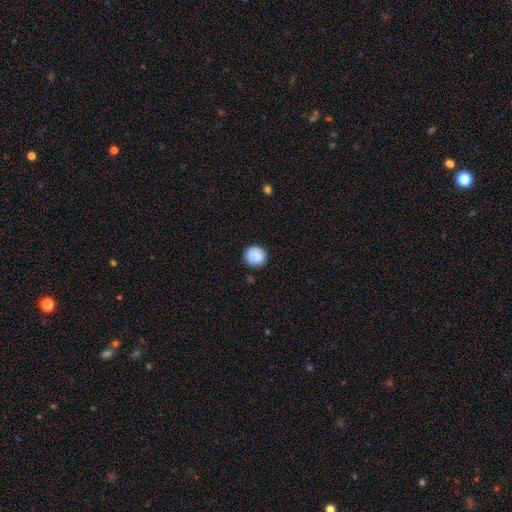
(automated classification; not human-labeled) A smooth galaxy with no disk features (87%) that is round (92%).

Vote fractions:
- Smooth or featured? smooth: 87% / star or artifact: 8% / featured or disk: 5%
- How rounded? round: 92% / in between: 7% / cigar-shaped: 1%
- Merging? none: 85% / minor disturbance: 11% / major disturbance: 3% / merger: 1%